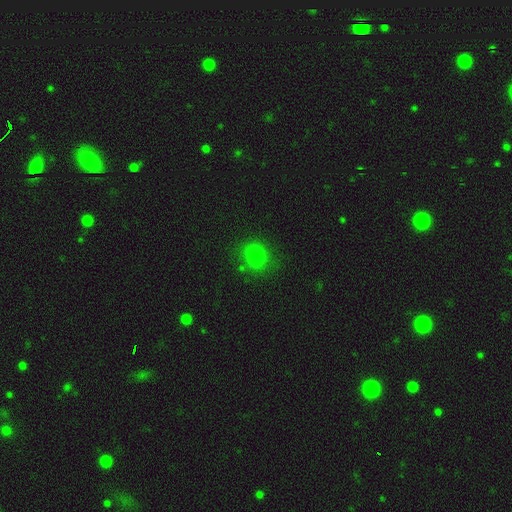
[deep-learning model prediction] This appears to be a smooth galaxy with no disk features (79%) that is round (77%). Merging: none (79%).